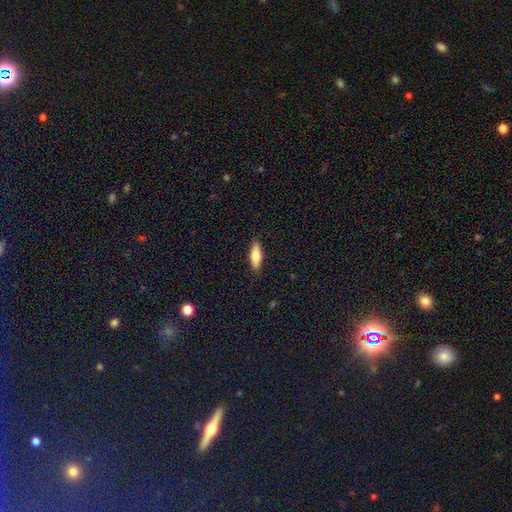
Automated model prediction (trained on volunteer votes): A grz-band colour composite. It shows a smooth galaxy with no disk features (71%) that is in between round and cigar-shaped (55%). Merging: none (89%).